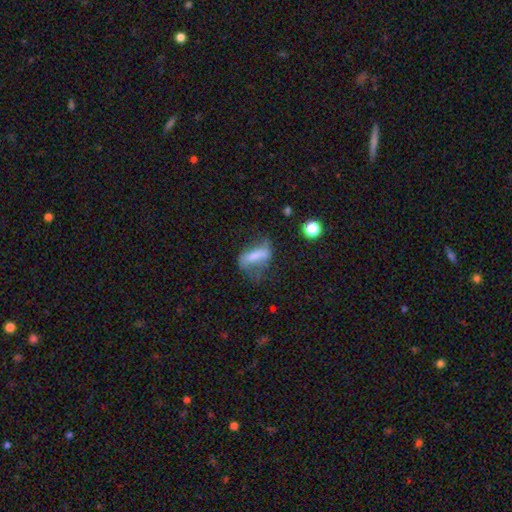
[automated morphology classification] This appears to be a smooth galaxy with no disk features (46%). Merging: none (37%).